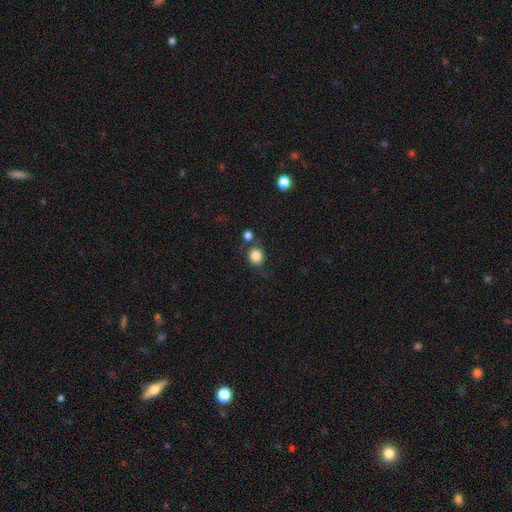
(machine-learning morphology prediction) The model was most divided on "merging": none: 69%, merger: 13%, minor disturbance: 13%, major disturbance: 5%. More confident: smooth or featured — smooth (83%); how rounded — round (79%).